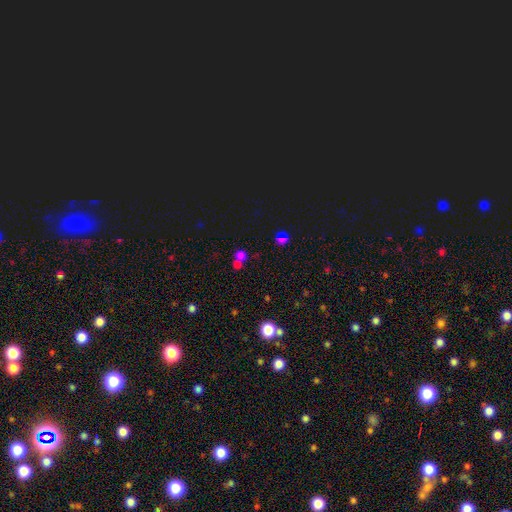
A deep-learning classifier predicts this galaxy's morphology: Smooth or featured: smooth — 60% (star or artifact — 30%)
How rounded: round — 82% (in between — 17%)
Merging: none — 49% (merger — 40%)